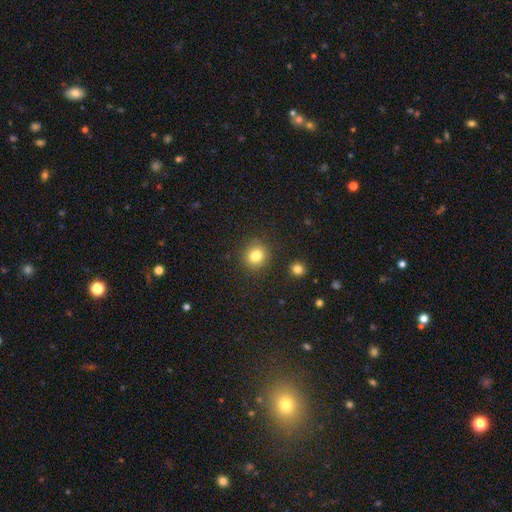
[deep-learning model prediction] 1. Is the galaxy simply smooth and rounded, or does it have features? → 81% smooth, 12% star or artifact, 7% featured or disk.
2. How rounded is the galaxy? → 90% round, 9% in between, 1% cigar-shaped.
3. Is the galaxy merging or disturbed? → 89% none, 6% minor disturbance, 2% major disturbance, 2% merger.